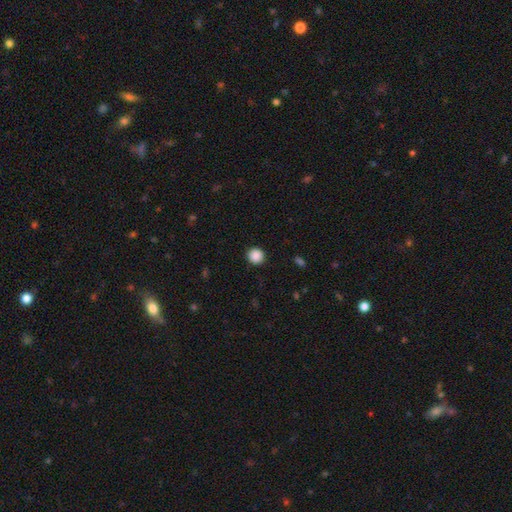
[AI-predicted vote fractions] The model was most divided on "smooth or featured": smooth: 89%, star or artifact: 9%, featured or disk: 2%. More confident: how rounded — round (93%); merging — none (91%).